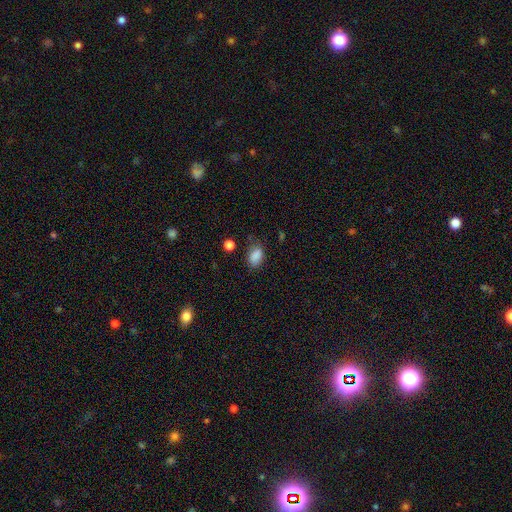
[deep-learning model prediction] smooth 86%, star or artifact 9%, featured or disk 5%. Down the decision tree: how rounded — in between (86%); merging — none (66%).